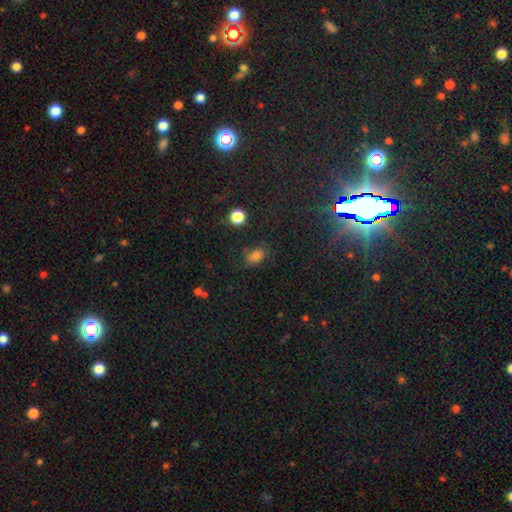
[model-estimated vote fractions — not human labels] smooth-or-featured: smooth: 72% | star or artifact: 20% | featured or disk: 7%
  how-rounded: in between: 72% | round: 27% | cigar-shaped: 2%
  merging: none: 68% | minor disturbance: 20% | major disturbance: 8% | merger: 4%